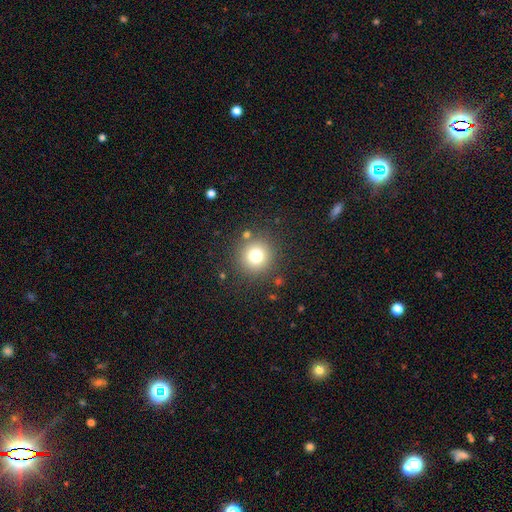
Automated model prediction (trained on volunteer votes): Overall: smooth (76%). How rounded: round (94%). Merging: none (87%).